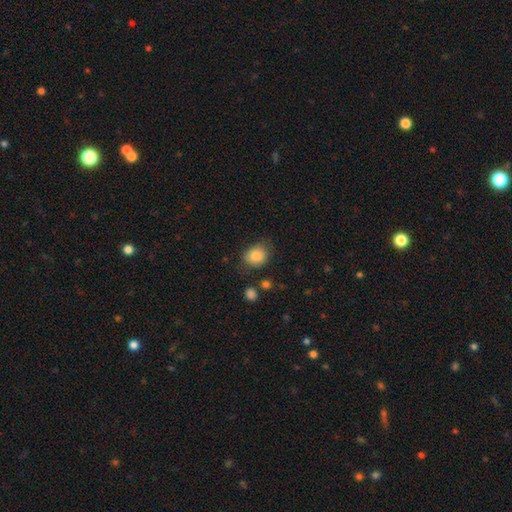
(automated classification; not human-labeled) Q: Smooth or featured?
A: smooth (85%); runner-up: star or artifact (9%)
Q: How rounded?
A: in between (50%); runner-up: round (49%)
Q: Merging?
A: none (71%); runner-up: minor disturbance (20%)